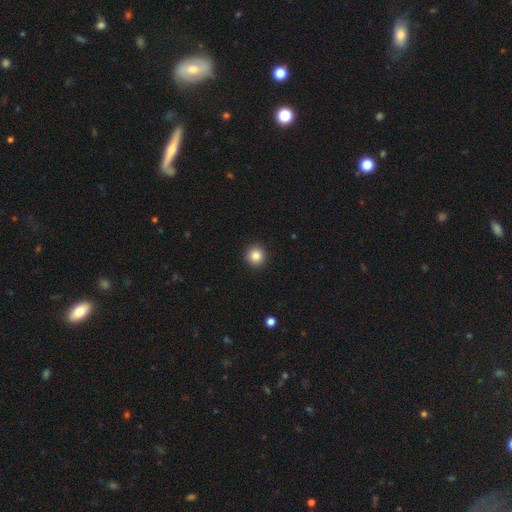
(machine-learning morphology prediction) This appears to be a smooth galaxy with no disk features (86%) that is round (94%). Merging: none (92%).